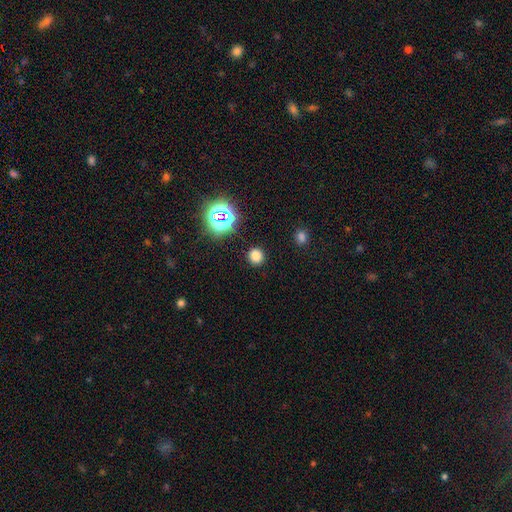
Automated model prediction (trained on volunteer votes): A smooth galaxy with no disk features (75%) that is round (89%). Merging: none (90%).